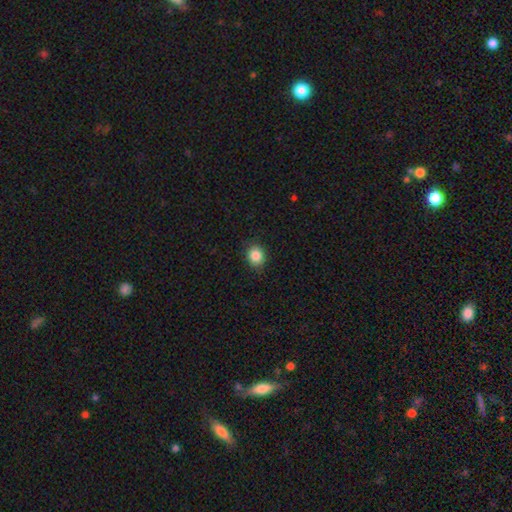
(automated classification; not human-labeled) Smooth or featured? Predicted: smooth (p=0.85). How rounded? Predicted: round (p=0.72). Merging? Predicted: none (p=0.88).